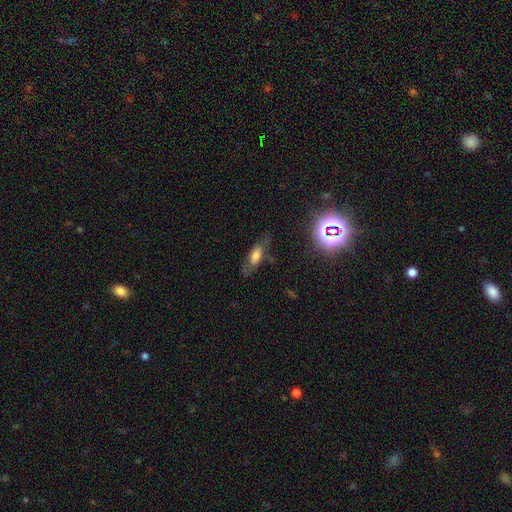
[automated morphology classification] Q: Smooth or featured?
A: smooth (54%); runner-up: featured or disk (33%)
Q: How rounded?
A: in between (68%); runner-up: cigar-shaped (28%)
Q: Merging?
A: none (64%); runner-up: minor disturbance (22%)